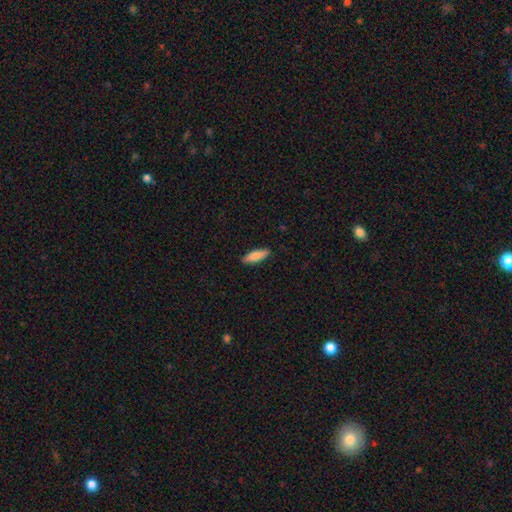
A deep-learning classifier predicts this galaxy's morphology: Smooth or featured?
  - smooth: 85% *
  - featured or disk: 10%
  - star or artifact: 6%
How rounded?
  - cigar-shaped: 53% *
  - in between: 45%
  - round: 2%
Merging?
  - none: 88% *
  - minor disturbance: 9%
  - major disturbance: 2%
  - merger: 1%